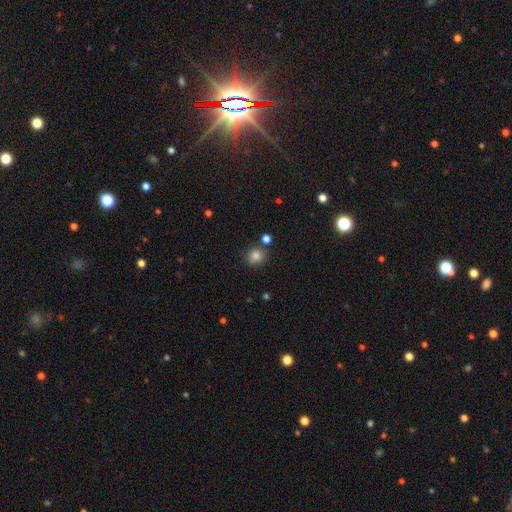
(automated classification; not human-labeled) Q: Smooth or featured?
A: smooth (83%); runner-up: star or artifact (12%)
Q: How rounded?
A: round (86%); runner-up: in between (13%)
Q: Merging?
A: none (80%); runner-up: minor disturbance (10%)